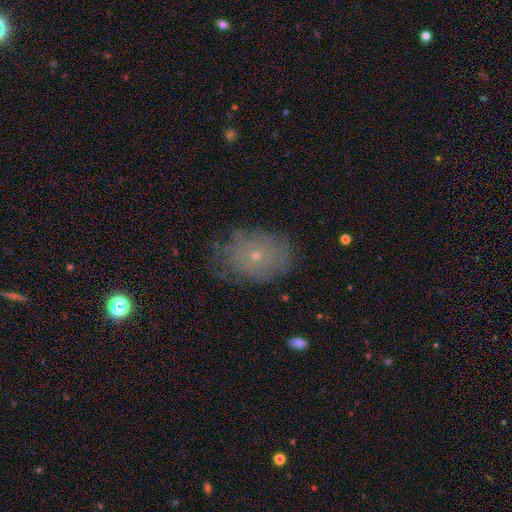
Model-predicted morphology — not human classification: A smooth galaxy with no disk features (56%) that is in between round and cigar-shaped (70%). Merging: none (72%).